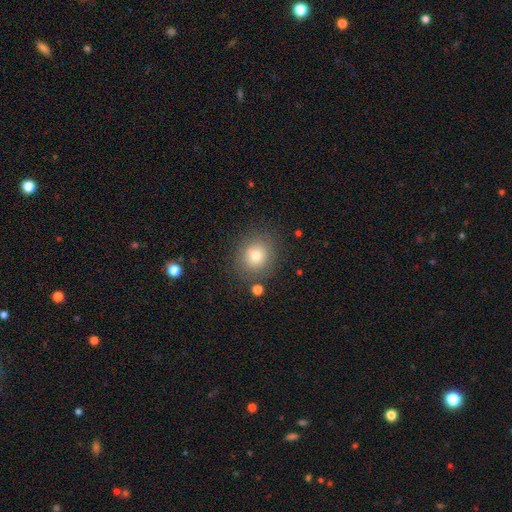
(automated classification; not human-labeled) smooth 76%, star or artifact 13%, featured or disk 11%. Down the decision tree: how rounded — round (81%); merging — none (82%).